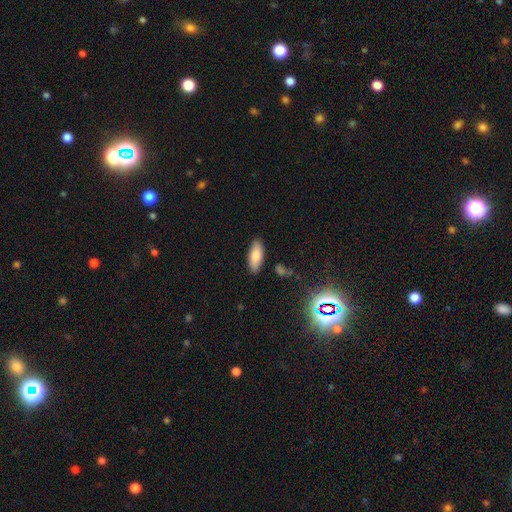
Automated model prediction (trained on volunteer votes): Morphology: type=smooth (81%); roundness=in between (78%); merging=none (86%).